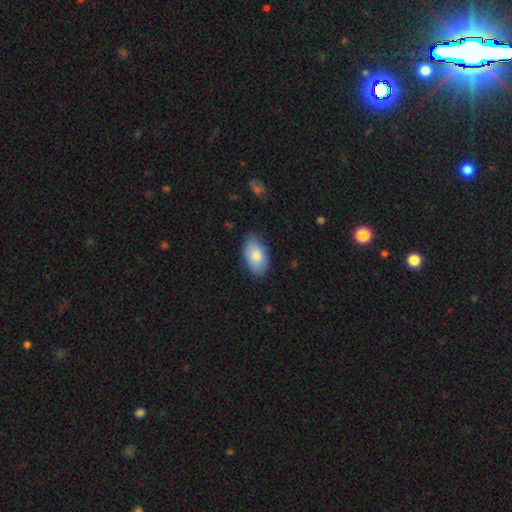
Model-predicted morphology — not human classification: smooth_or_featured: smooth (p=0.82) [alt: featured or disk p=0.12]
how_rounded: in between (p=0.94) [alt: round p=0.04]
merging: none (p=0.79) [alt: minor disturbance p=0.17]